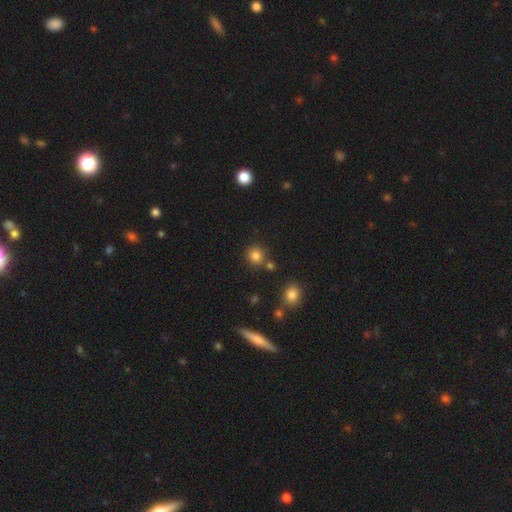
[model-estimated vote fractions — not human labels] smooth 80%, star or artifact 14%, featured or disk 6%. Down the decision tree: how rounded — round (89%); merging — none (77%).